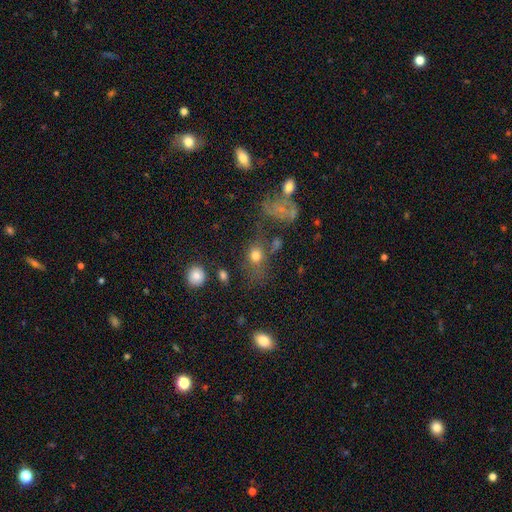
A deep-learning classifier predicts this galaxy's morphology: Smooth or featured? Predicted: smooth (p=0.70). How rounded? Predicted: round (p=0.55). Merging? Predicted: none (p=0.47).